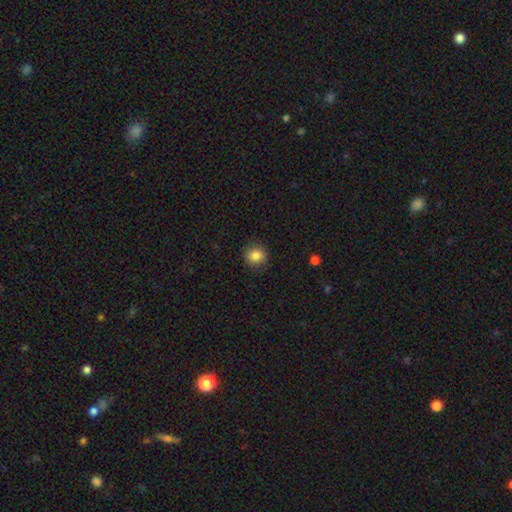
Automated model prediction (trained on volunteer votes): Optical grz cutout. It shows a smooth galaxy with no disk features (84%) that is round (85%). Merging: none (88%).